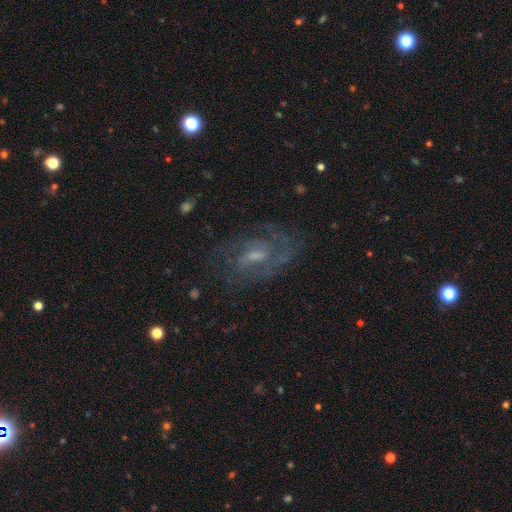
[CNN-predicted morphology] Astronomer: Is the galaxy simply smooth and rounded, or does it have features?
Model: featured or disk — 80%.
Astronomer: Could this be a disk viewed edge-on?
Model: no — 96%.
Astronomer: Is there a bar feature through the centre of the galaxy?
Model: weak — 55% (runner-up: no, 31%).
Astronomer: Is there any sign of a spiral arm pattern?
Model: yes — 91%.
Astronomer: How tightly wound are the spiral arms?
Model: medium — 47% (runner-up: tight, 37%).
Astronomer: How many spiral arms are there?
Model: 2 — 43% (runner-up: can't tell, 27%).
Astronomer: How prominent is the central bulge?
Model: small — 45% (runner-up: moderate, 38%).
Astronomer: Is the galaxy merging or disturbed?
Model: none — 66%.